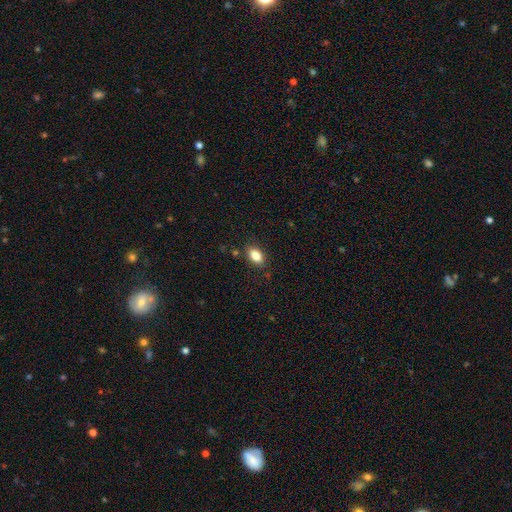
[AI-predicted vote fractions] Overall: smooth (84%). How rounded: in between (88%). Merging: none (85%).